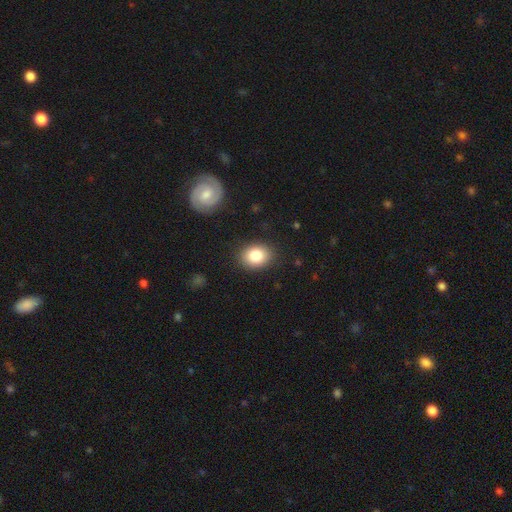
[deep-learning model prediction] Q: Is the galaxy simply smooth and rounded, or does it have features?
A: smooth — 83%.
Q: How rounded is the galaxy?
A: in between — 58%.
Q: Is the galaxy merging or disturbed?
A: none — 87%.